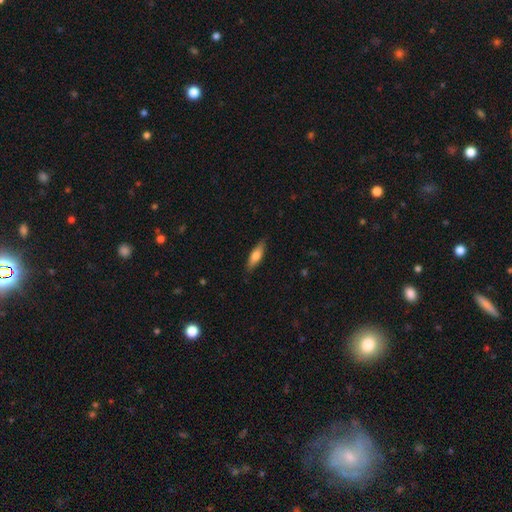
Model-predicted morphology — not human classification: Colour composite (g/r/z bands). It shows a smooth galaxy with no disk features (66%) that is cigar-shaped (55%). Merging: none (86%).